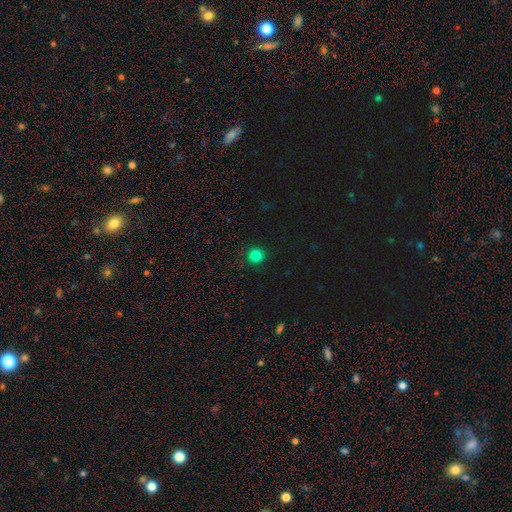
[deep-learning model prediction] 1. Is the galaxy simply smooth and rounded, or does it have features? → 81% smooth, 15% star or artifact, 4% featured or disk.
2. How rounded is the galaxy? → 94% round, 5% in between, 1% cigar-shaped.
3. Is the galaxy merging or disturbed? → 90% none, 6% minor disturbance, 2% major disturbance, 1% merger.